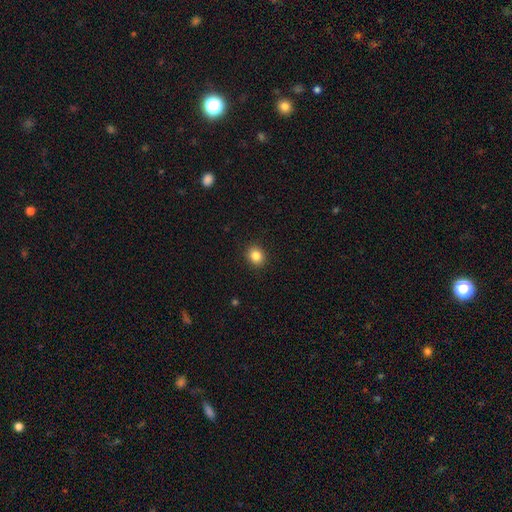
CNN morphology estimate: This appears to be a smooth galaxy with no disk features (85%) that is round (71%). Merging: none (91%).